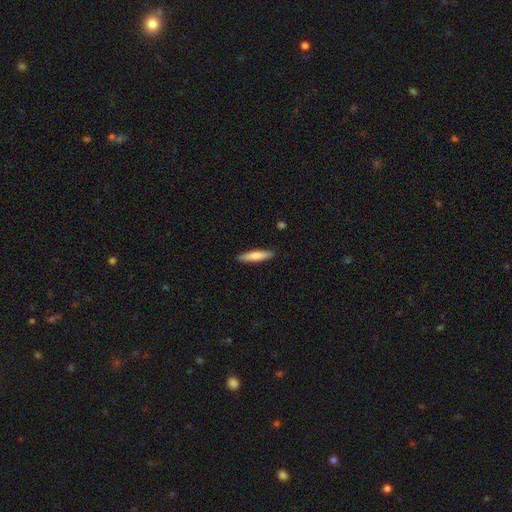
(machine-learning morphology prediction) This is likely a smooth galaxy (75%). How rounded: clearly cigar-shaped (84%). Merging: clearly none (90%).